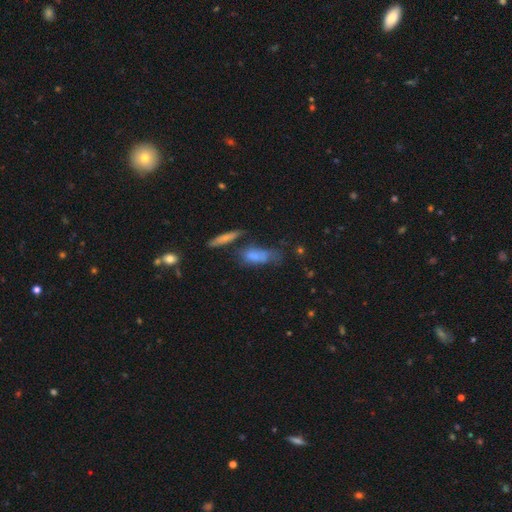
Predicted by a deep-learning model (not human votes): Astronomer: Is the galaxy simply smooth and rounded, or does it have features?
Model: smooth — 67%.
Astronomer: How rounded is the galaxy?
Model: in between — 66%.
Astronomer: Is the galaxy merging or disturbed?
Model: none — 38% (runner-up: minor disturbance, 25%).